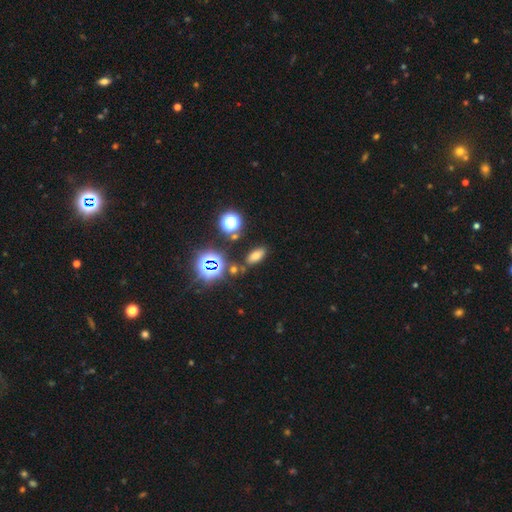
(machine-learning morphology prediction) smooth_or_featured: smooth (p=0.65) [alt: star or artifact p=0.26]
how_rounded: in between (p=0.81) [alt: round p=0.10]
merging: none (p=0.81) [alt: minor disturbance p=0.10]